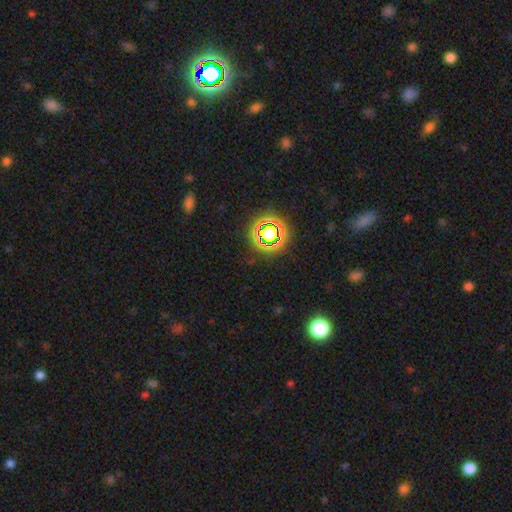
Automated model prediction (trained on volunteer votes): The model was most divided on "smooth or featured": star or artifact: 73%, smooth: 19%, featured or disk: 8%.